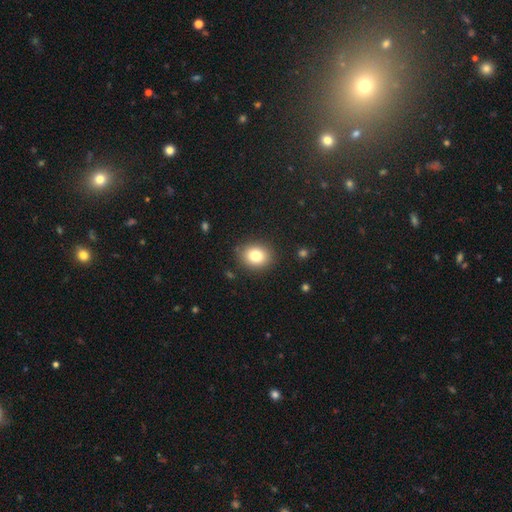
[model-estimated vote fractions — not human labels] Smooth or featured: smooth — 81% (star or artifact — 11%)
How rounded: round — 65% (in between — 34%)
Merging: none — 87% (minor disturbance — 9%)